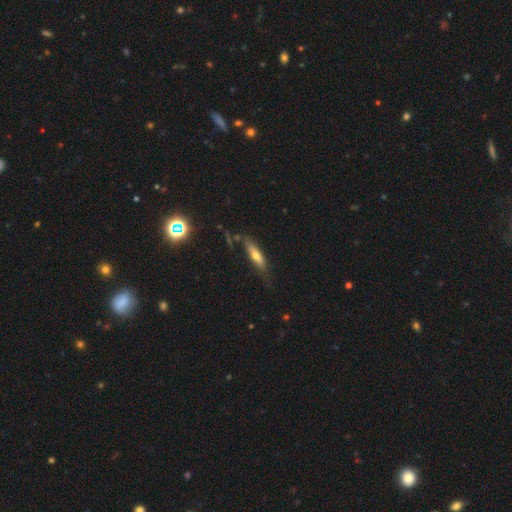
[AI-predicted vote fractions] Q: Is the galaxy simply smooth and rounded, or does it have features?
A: smooth — 53%.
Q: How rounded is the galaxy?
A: cigar-shaped — 66%.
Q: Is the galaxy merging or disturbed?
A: none — 61%.